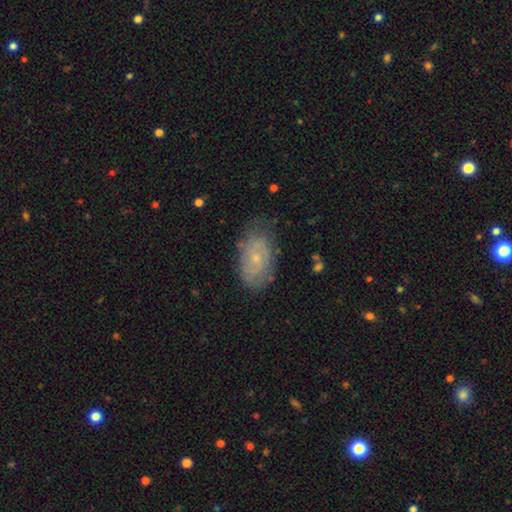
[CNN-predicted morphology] A featured or disk galaxy (55%) with no bar (75%), spiral arms (70%) and a small central bulge (73%). Merging: none (68%).